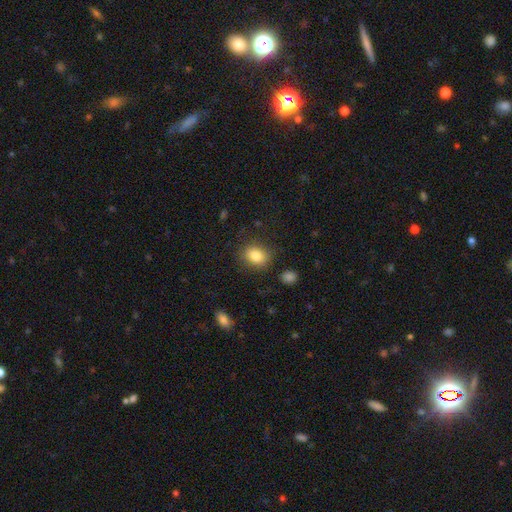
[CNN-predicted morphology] This is clearly a smooth galaxy (84%). How rounded: possibly in between (57%). Merging: clearly none (83%).